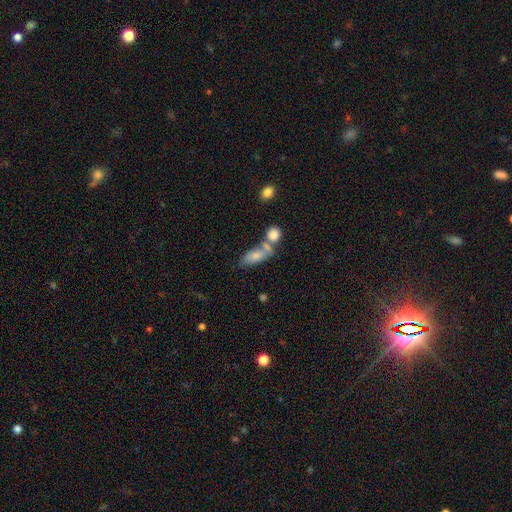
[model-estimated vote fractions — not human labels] Smooth or featured: smooth — 74% (featured or disk — 18%)
How rounded: in between — 78% (cigar-shaped — 16%)
Merging: merger — 43% (none — 36%)